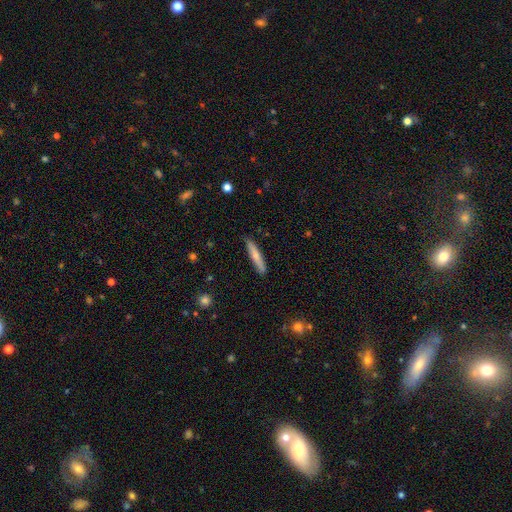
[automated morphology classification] smooth-or-featured: smooth: 69% | featured or disk: 26% | star or artifact: 6%
  how-rounded: cigar-shaped: 92% | in between: 7% | round: 1%
  merging: none: 88% | minor disturbance: 9% | major disturbance: 2% | merger: 1%